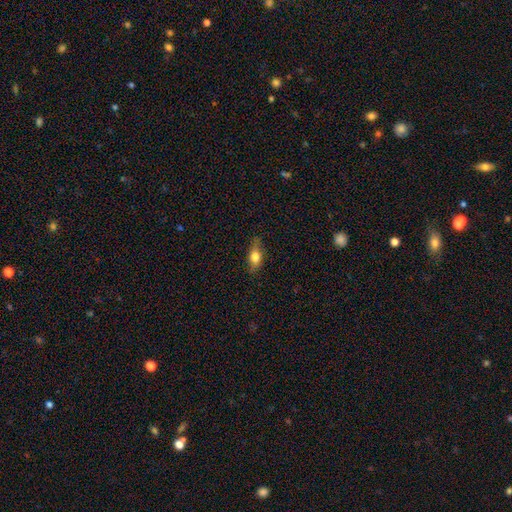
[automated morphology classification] This appears to be a smooth galaxy with no disk features (69%) that is in between round and cigar-shaped (73%). Merging: none (75%).